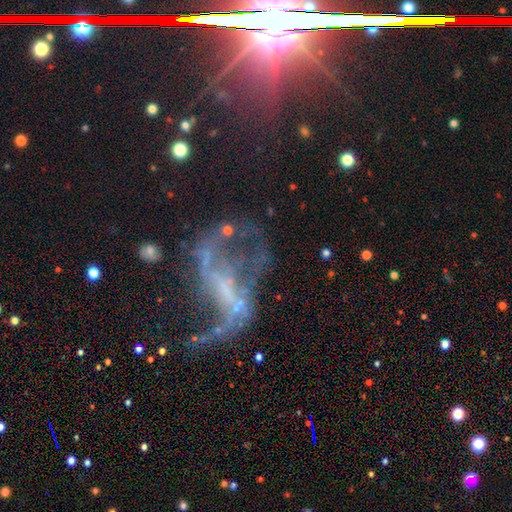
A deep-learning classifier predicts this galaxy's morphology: This appears to be a featured or disk galaxy (72%) with no bar (45%), spiral arms (55%) and no central bulge (67%). Merging: major disturbance (45%).